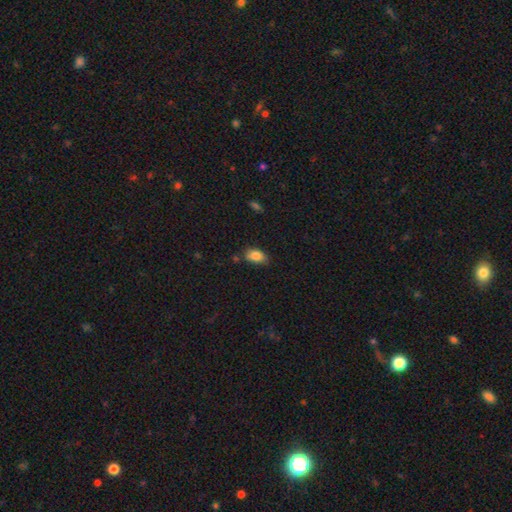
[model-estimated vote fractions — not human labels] smooth-or-featured: smooth: 85% | star or artifact: 8% | featured or disk: 6%
  how-rounded: in between: 88% | round: 9% | cigar-shaped: 2%
  merging: none: 66% | minor disturbance: 24% | merger: 6% | major disturbance: 4%